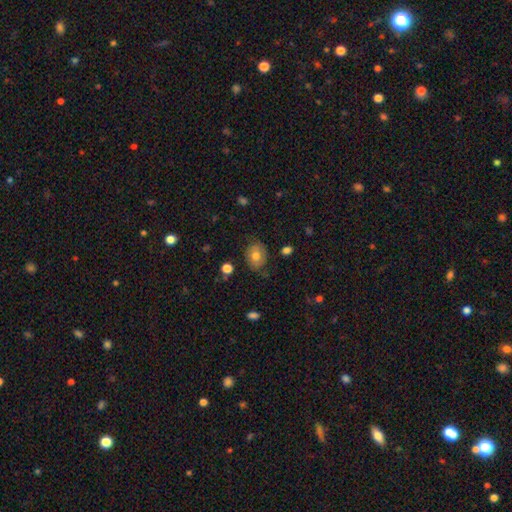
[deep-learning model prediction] Morphology: type=smooth (70%); roundness=in between (51%); merging=none (73%).